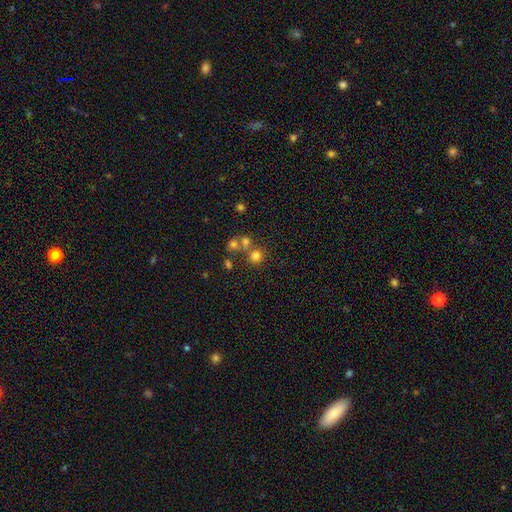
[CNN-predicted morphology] type=smooth (73%); roundness=round (88%); merging=none (60%).